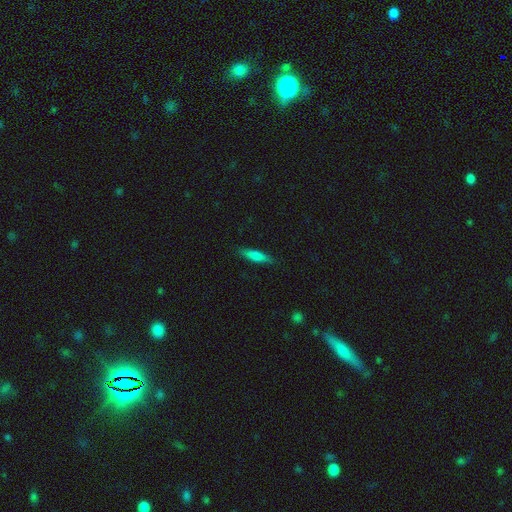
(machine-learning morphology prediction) smooth 72%, featured or disk 21%, star or artifact 7%. Down the decision tree: how rounded — cigar-shaped (74%); merging — none (87%).